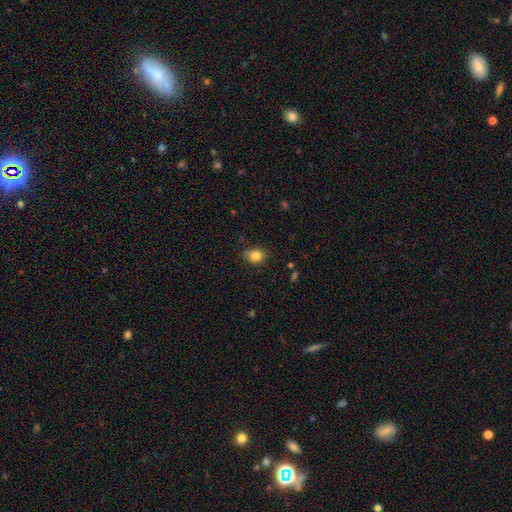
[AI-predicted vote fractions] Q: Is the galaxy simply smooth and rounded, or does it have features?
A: smooth — 84%.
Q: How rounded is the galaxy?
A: in between — 50%.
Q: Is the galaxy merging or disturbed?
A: none — 76%.